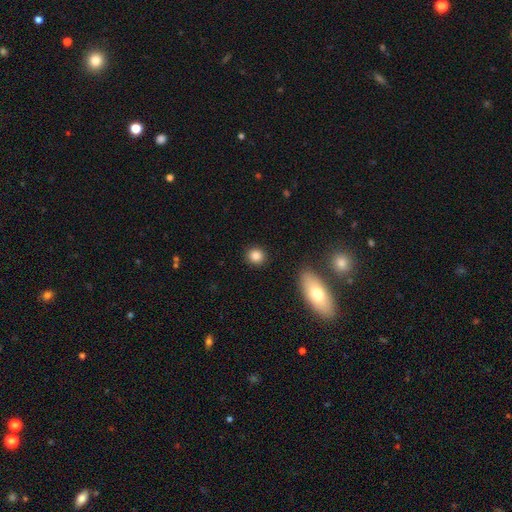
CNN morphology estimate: Overall: smooth (85%). How rounded: round (88%). Merging: none (91%).